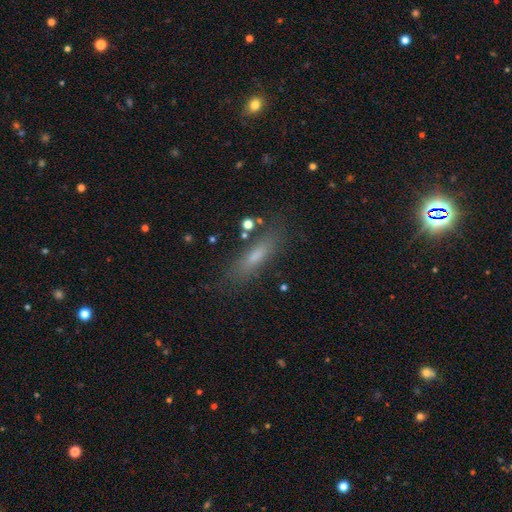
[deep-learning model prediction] Smooth or featured?
  - smooth: 66% *
  - featured or disk: 23%
  - star or artifact: 11%
How rounded?
  - cigar-shaped: 64% *
  - in between: 33%
  - round: 3%
Merging?
  - none: 80% *
  - minor disturbance: 13%
  - major disturbance: 5%
  - merger: 3%